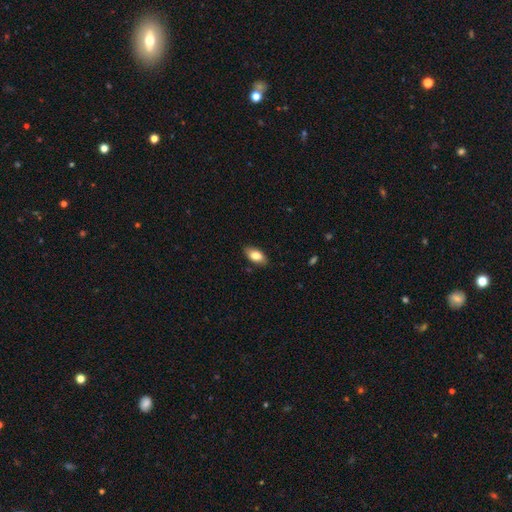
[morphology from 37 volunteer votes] This appears to be a smooth galaxy with no disk features (84%) that is in between round and cigar-shaped (94%). Merging: none (89%).